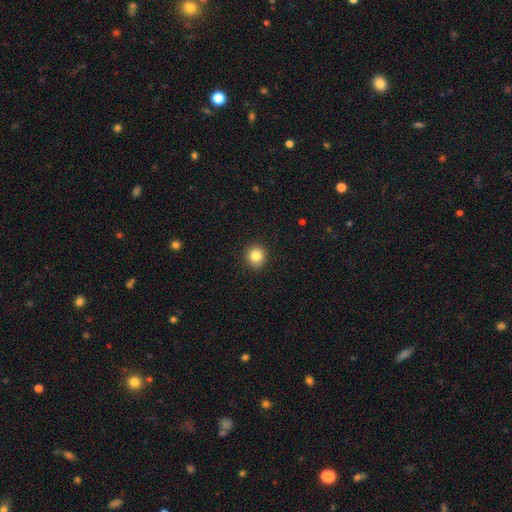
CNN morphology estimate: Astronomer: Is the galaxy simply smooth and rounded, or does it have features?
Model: smooth — 83%.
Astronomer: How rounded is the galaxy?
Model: round — 91%.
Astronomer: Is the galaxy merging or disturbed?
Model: none — 91%.